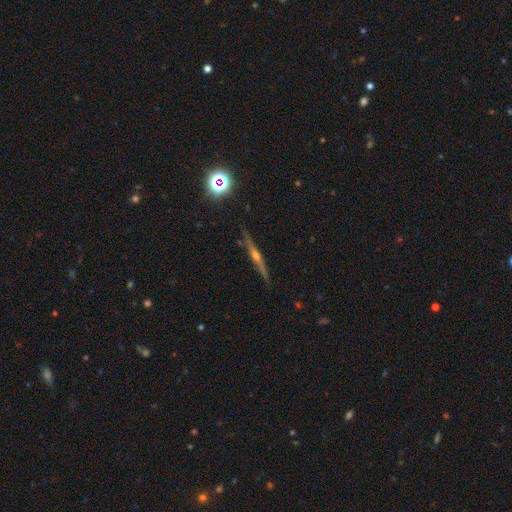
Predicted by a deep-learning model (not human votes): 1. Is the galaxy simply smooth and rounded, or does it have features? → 79% featured or disk, 12% smooth, 10% star or artifact.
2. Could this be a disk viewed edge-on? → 98% yes, 2% no.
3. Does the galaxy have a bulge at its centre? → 90% rounded, 6% none, 4% boxy.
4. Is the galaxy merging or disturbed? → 89% none, 8% minor disturbance, 2% major disturbance, 1% merger.